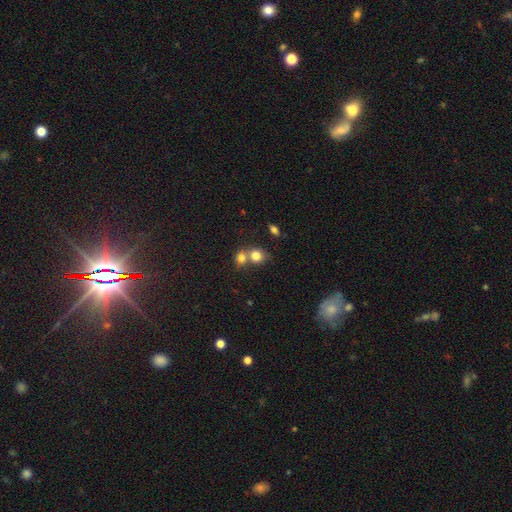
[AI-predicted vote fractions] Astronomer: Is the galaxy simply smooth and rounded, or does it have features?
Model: smooth — 79%.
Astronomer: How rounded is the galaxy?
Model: round — 71%.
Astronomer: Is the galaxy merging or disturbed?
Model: merger — 51% (runner-up: none, 38%).